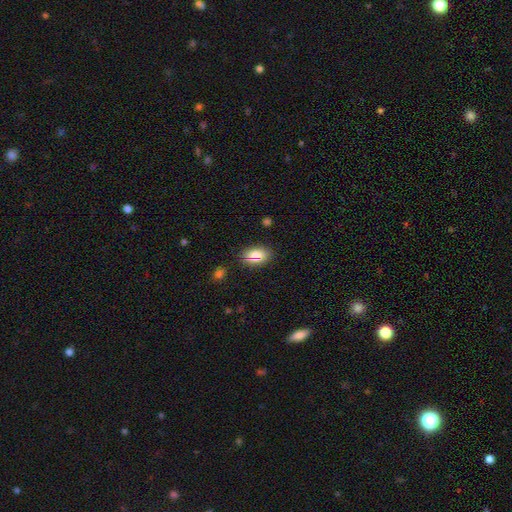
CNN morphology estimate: smooth 75%, star or artifact 15%, featured or disk 10%. Down the decision tree: how rounded — in between (82%); merging — none (85%).